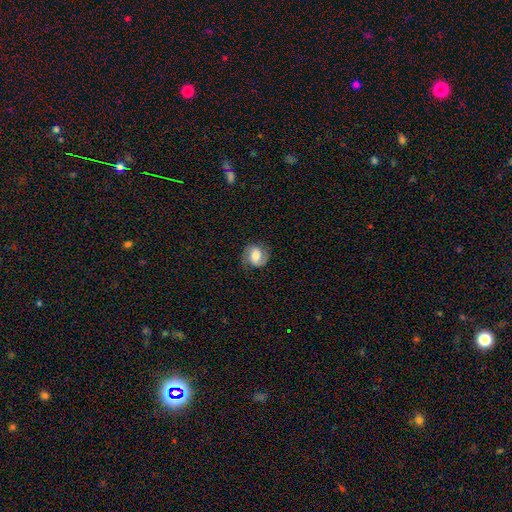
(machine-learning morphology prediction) Smooth or featured? Predicted: featured or disk (p=0.51). Edge-on disk? Predicted: no (p=0.97). Merging? Predicted: none (p=0.73).